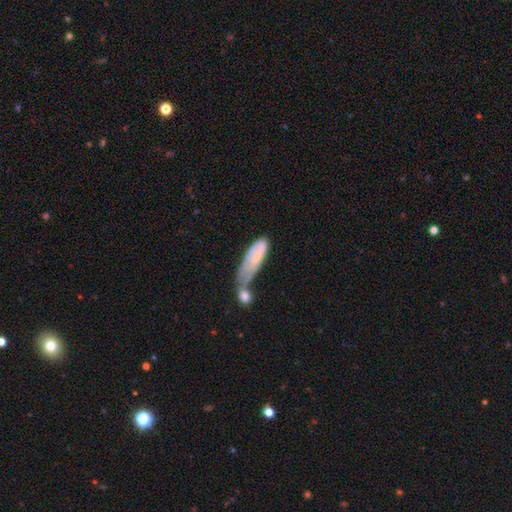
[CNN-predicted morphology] The model was most divided on "how rounded": in between: 53%, cigar-shaped: 45%, round: 2%. More confident: smooth or featured — smooth (58%); merging — merger (57%).